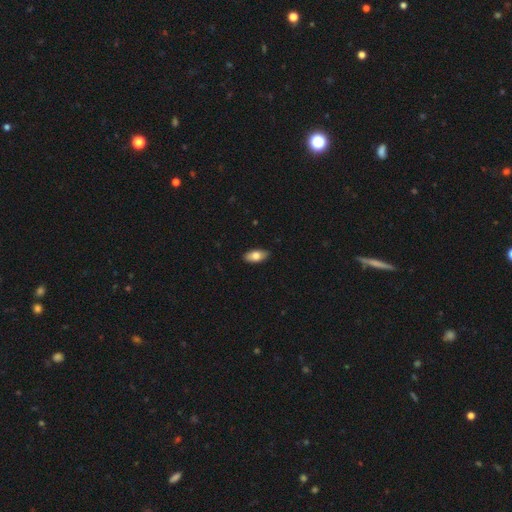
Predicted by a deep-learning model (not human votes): smooth 78%, featured or disk 16%, star or artifact 6%. Down the decision tree: how rounded — in between (90%); merging — none (89%).